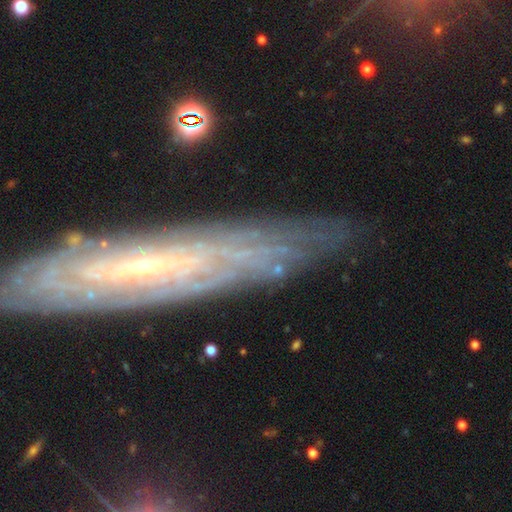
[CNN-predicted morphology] This is likely a featured or disk galaxy (78%). It is possibly not viewed edge-on (59%). Merging: likely none (79%).